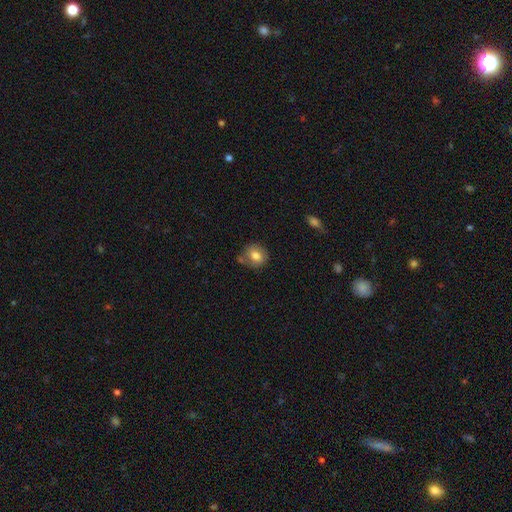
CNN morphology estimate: Overall: smooth (77%). How rounded: round (79%). Merging: none (68%).